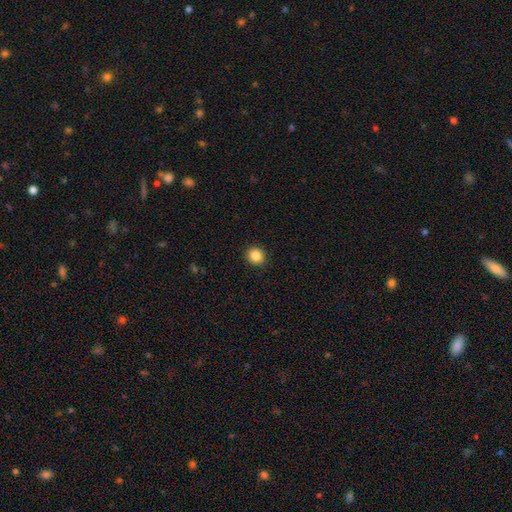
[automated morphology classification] This is clearly a smooth galaxy (86%). How rounded: clearly round (86%). Merging: clearly none (92%).